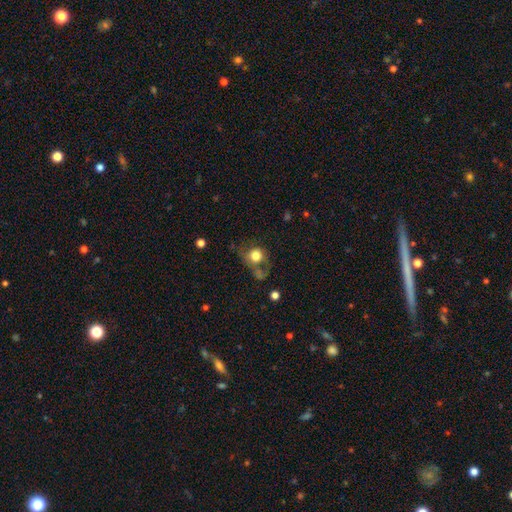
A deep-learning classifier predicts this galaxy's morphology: type=smooth (73%); roundness=round (78%); merging=none (40%).